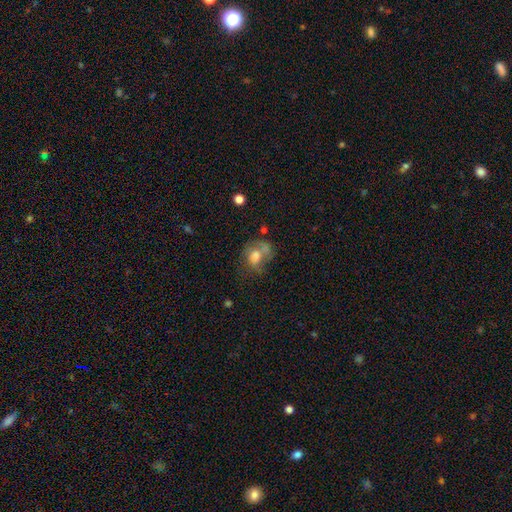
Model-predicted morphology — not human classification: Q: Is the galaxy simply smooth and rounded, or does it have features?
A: smooth — 48%.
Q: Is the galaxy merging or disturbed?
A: none — 33%.